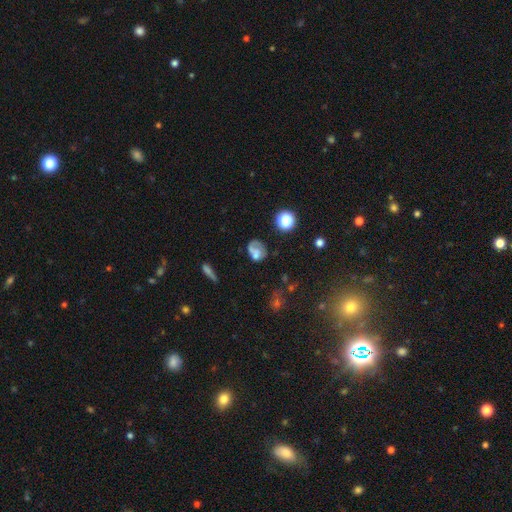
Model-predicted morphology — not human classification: Smooth or featured? smooth (50%)
How rounded? round (50%)
Merging? none (39%)